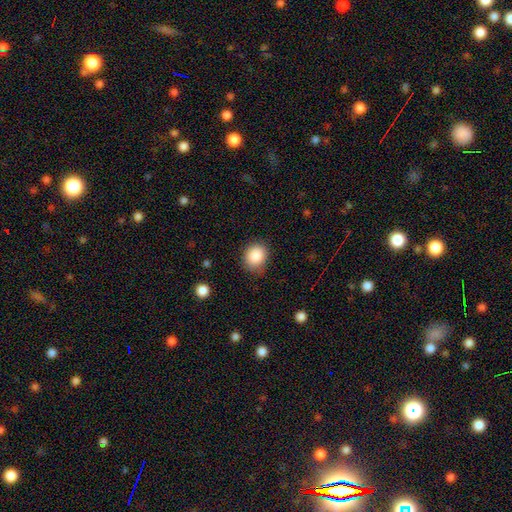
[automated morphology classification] The model was most divided on "how rounded": round: 69%, in between: 30%, cigar-shaped: 1%. More confident: smooth or featured — smooth (87%); merging — none (79%).